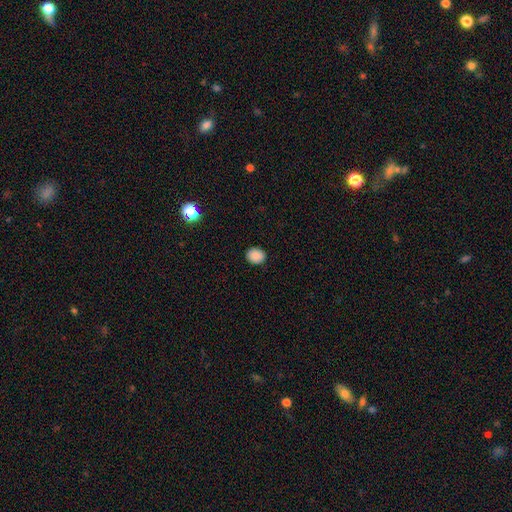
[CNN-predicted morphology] Smooth or featured: smooth — 87% (star or artifact — 9%)
How rounded: round — 63% (in between — 36%)
Merging: none — 89% (minor disturbance — 8%)